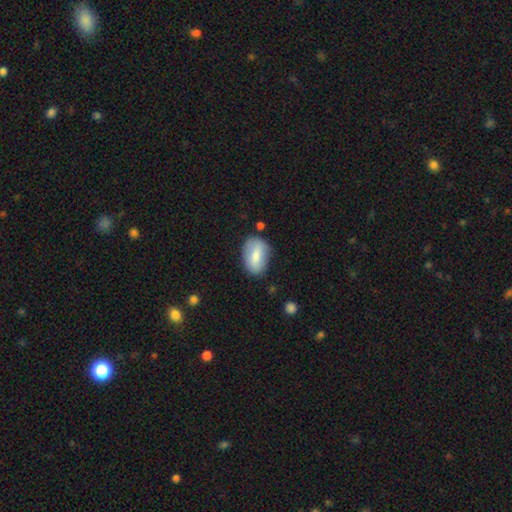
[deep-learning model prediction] smooth 71%, featured or disk 22%, star or artifact 7%. Down the decision tree: how rounded — in between (88%); merging — none (75%).